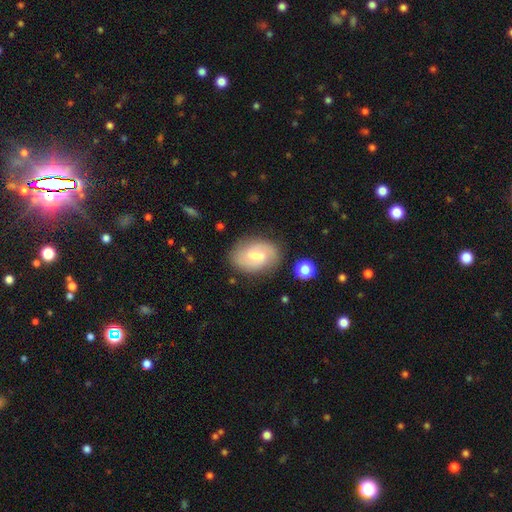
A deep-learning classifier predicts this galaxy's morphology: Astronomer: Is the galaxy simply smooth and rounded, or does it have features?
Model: featured or disk — 60%.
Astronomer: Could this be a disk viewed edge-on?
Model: no — 96%.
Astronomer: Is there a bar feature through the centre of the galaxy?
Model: weak — 61%.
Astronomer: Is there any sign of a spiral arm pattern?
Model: yes — 88%.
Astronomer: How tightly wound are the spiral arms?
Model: medium — 46% (runner-up: tight, 35%).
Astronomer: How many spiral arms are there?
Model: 2 — 76%.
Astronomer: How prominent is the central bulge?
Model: moderate — 49% (runner-up: small, 42%).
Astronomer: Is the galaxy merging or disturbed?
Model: none — 79%.